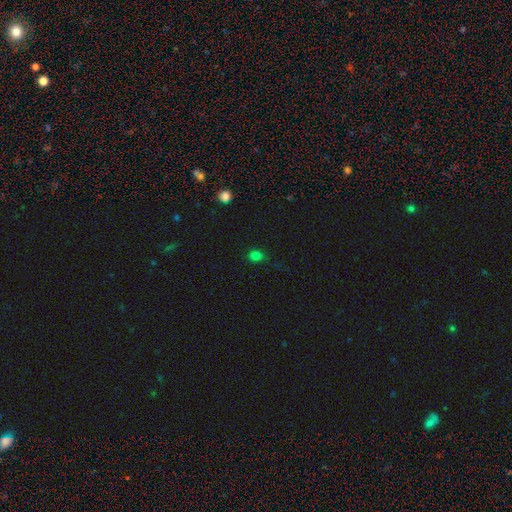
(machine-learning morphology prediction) Overall: smooth (77%). How rounded: round (68%; in between 30%). Merging: none (81%).